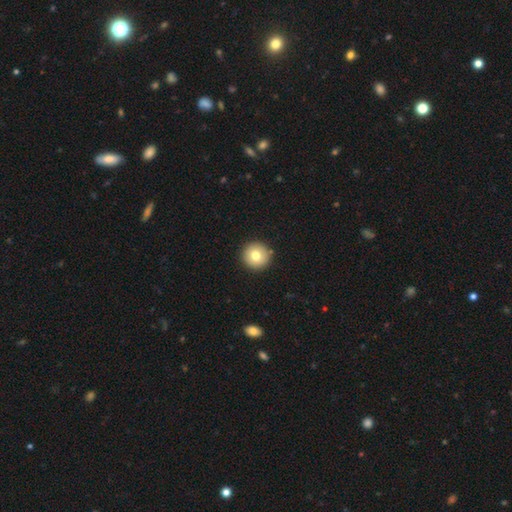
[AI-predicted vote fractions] Morphology: type=smooth (75%); roundness=round (95%); merging=none (91%).